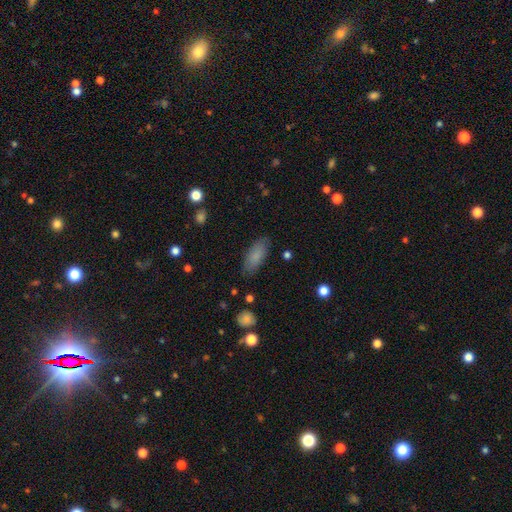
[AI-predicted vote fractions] A smooth galaxy with no disk features (83%) that is in between round and cigar-shaped (81%). Merging: none (83%).